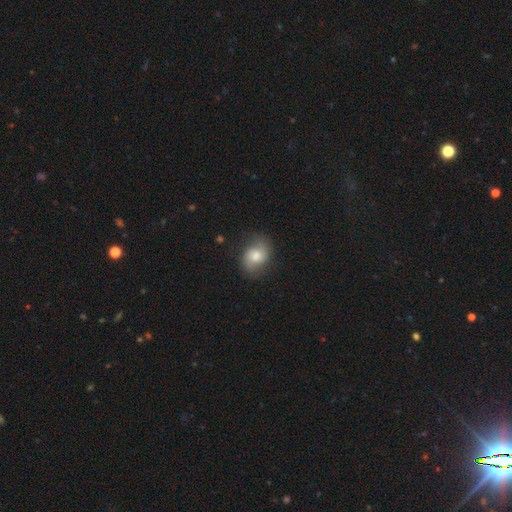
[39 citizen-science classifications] This is possibly a featured or disk galaxy (54%). It is clearly not viewed edge-on (100%). Bar: possibly weak (52%). Spiral arm pattern: likely yes (71%). Spiral arm count: clearly 2 (80%). Spiral winding: possibly loose (53%). Central bulge: likely moderate (67%). Merging: likely none (67%).